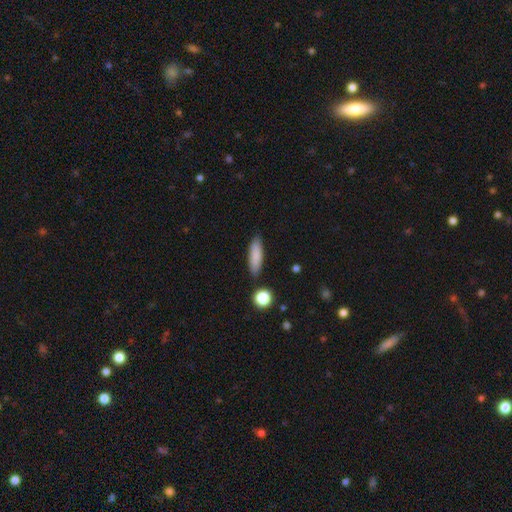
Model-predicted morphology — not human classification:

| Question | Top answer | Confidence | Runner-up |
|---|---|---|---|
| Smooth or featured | smooth | 85% | featured or disk (9%) |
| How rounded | cigar-shaped | 54% | in between (44%) |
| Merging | none | 85% | minor disturbance (10%) |